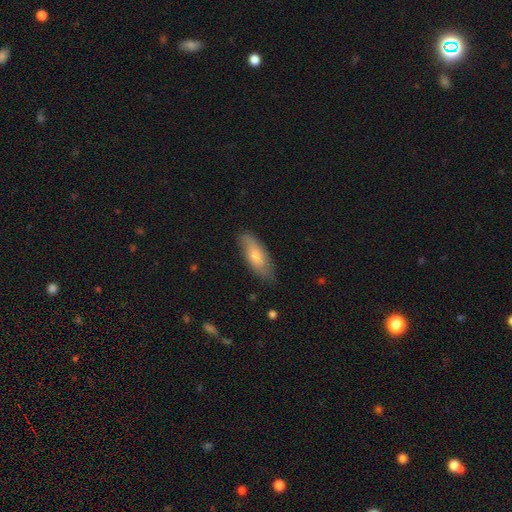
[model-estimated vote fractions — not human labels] Smooth or featured: smooth — 69% (featured or disk — 25%)
How rounded: in between — 74% (cigar-shaped — 24%)
Merging: none — 78% (minor disturbance — 18%)